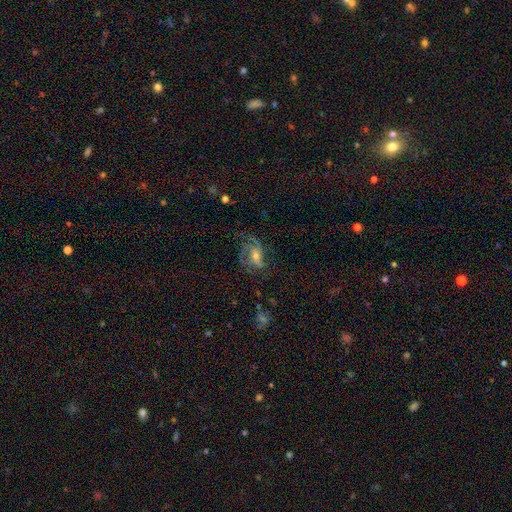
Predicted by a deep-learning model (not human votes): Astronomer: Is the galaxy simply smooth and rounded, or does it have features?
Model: featured or disk — 81%.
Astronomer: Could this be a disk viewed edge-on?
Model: no — 97%.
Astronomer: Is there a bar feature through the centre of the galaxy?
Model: no — 54% (runner-up: weak, 34%).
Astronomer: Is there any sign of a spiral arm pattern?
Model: yes — 95%.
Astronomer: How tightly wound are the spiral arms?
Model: medium — 47% (runner-up: tight, 33%).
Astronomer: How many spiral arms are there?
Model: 3 — 40% (runner-up: 2, 24%).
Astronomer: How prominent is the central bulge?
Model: moderate — 50% (runner-up: small, 44%).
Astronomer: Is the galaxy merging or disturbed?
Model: none — 63%.